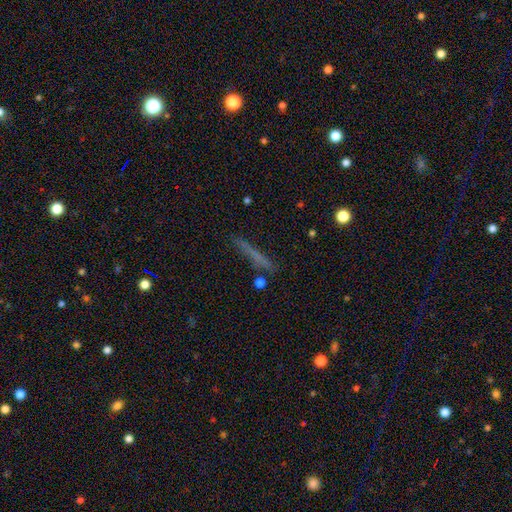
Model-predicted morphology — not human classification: Smooth or featured? smooth (55%)
How rounded? cigar-shaped (94%)
Merging? none (83%)